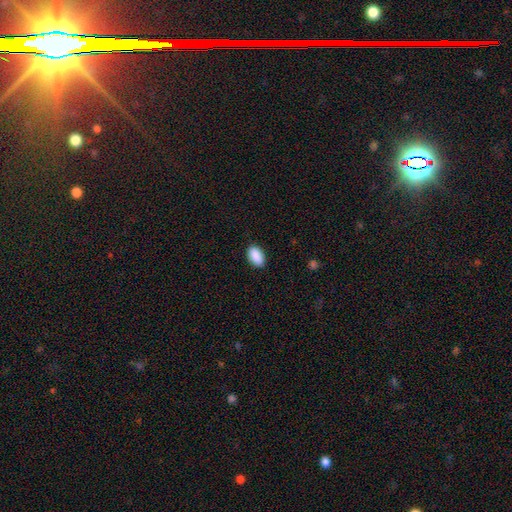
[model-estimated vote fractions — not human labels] smooth 91%, star or artifact 7%, featured or disk 3%. Down the decision tree: how rounded — in between (94%); merging — none (88%).